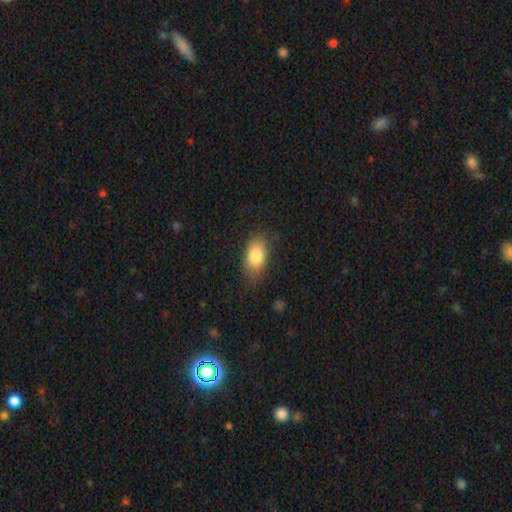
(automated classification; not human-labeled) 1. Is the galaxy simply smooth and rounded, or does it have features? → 83% smooth, 10% featured or disk, 7% star or artifact.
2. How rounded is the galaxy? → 90% in between, 7% round, 3% cigar-shaped.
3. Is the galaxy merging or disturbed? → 73% none, 19% minor disturbance, 6% major disturbance, 1% merger.